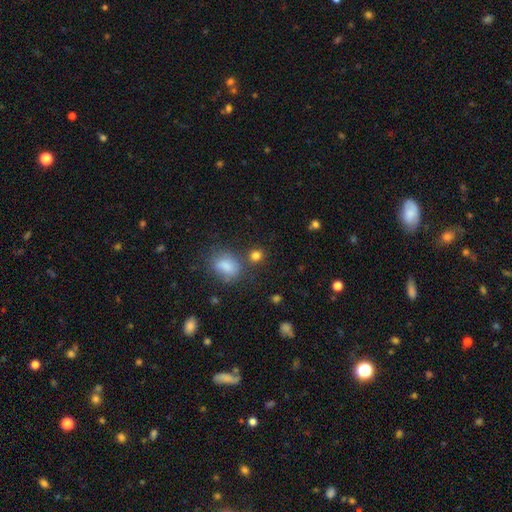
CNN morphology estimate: Smooth or featured? smooth (80%)
How rounded? round (70%)
Merging? none (71%)